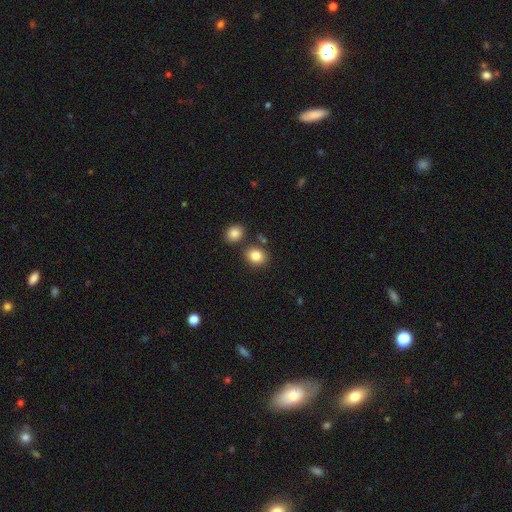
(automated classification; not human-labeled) smooth-or-featured: smooth: 84% | star or artifact: 10% | featured or disk: 6%
  how-rounded: round: 63% | in between: 36% | cigar-shaped: 1%
  merging: none: 77% | merger: 11% | minor disturbance: 9% | major disturbance: 3%